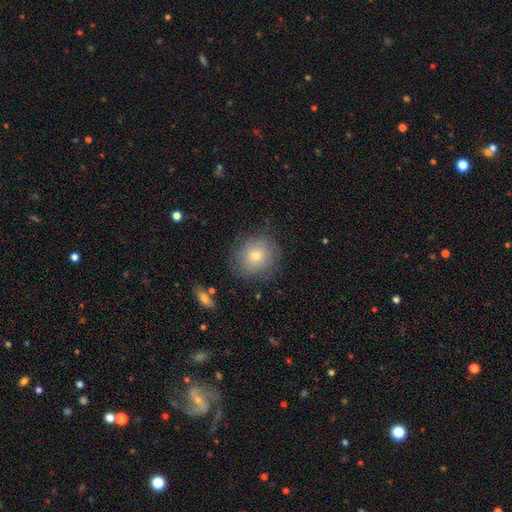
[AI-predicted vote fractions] smooth-or-featured: smooth: 56% | featured or disk: 32% | star or artifact: 12%
  how-rounded: round: 83% | in between: 16% | cigar-shaped: 1%
  merging: none: 79% | minor disturbance: 14% | major disturbance: 6% | merger: 1%